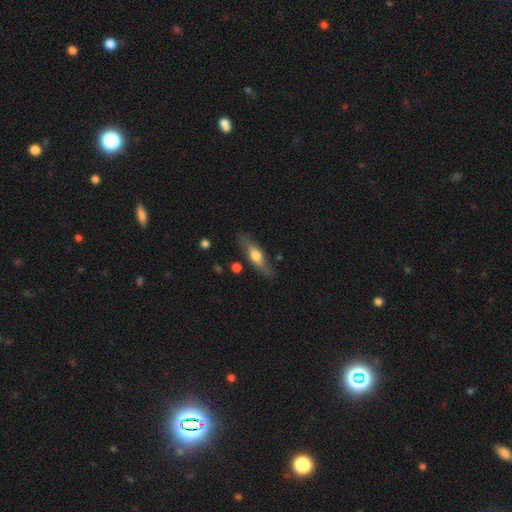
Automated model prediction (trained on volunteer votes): smooth-or-featured: smooth: 54% | featured or disk: 40% | star or artifact: 6%
  how-rounded: cigar-shaped: 55% | in between: 42% | round: 3%
  merging: none: 80% | minor disturbance: 14% | major disturbance: 3% | merger: 3%